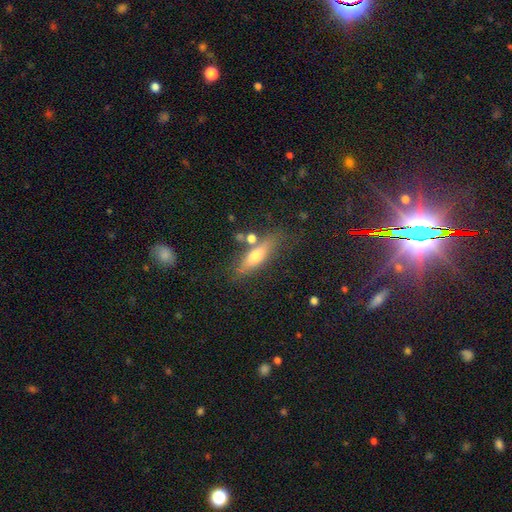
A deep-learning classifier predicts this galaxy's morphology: A smooth galaxy with no disk features (52%) that is cigar-shaped (62%).

Vote fractions:
- Smooth or featured? smooth: 52% / featured or disk: 39% / star or artifact: 9%
- How rounded? cigar-shaped: 62% / in between: 34% / round: 3%
- Merging? none: 72% / minor disturbance: 15% / merger: 9% / major disturbance: 5%